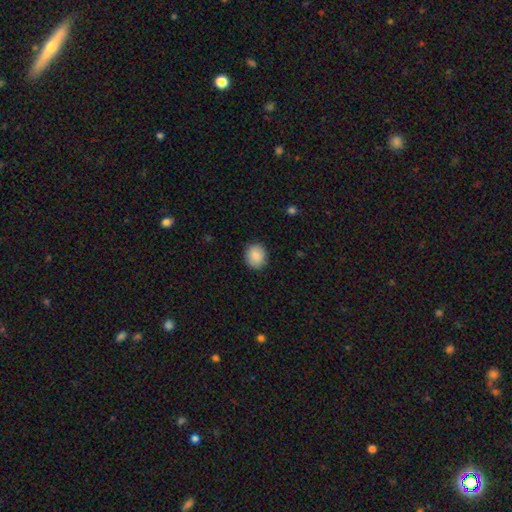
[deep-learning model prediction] A smooth galaxy with no disk features (85%) that is round (75%).

Vote fractions:
- Smooth or featured? smooth: 85% / featured or disk: 8% / star or artifact: 8%
- How rounded? round: 75% / in between: 24% / cigar-shaped: 1%
- Merging? none: 87% / minor disturbance: 9% / major disturbance: 2% / merger: 1%